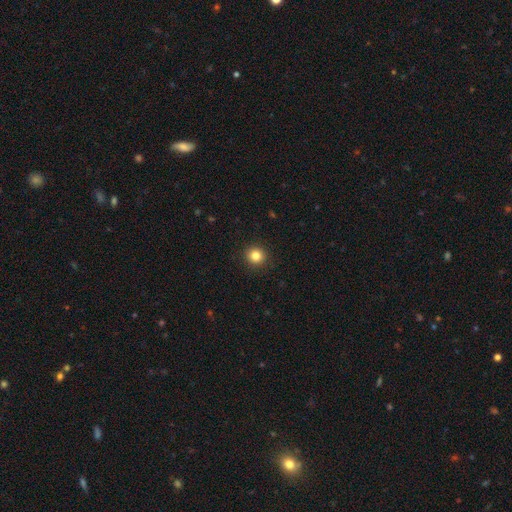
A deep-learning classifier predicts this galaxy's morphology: Q: Smooth or featured?
A: smooth (84%); runner-up: star or artifact (11%)
Q: How rounded?
A: round (93%); runner-up: in between (6%)
Q: Merging?
A: none (93%); runner-up: minor disturbance (5%)